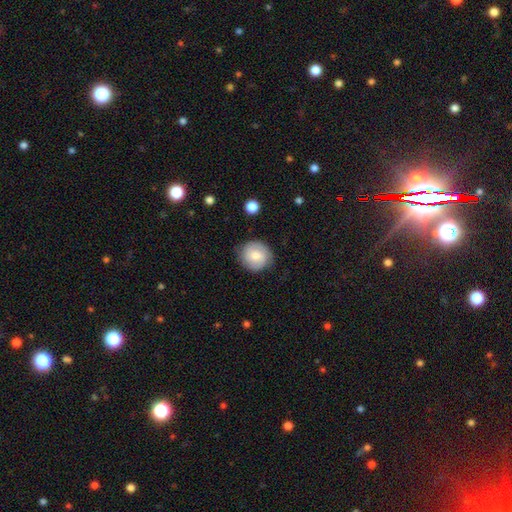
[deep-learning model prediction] smooth 65%, featured or disk 28%, star or artifact 7%. Down the decision tree: how rounded — round (89%); merging — none (81%).